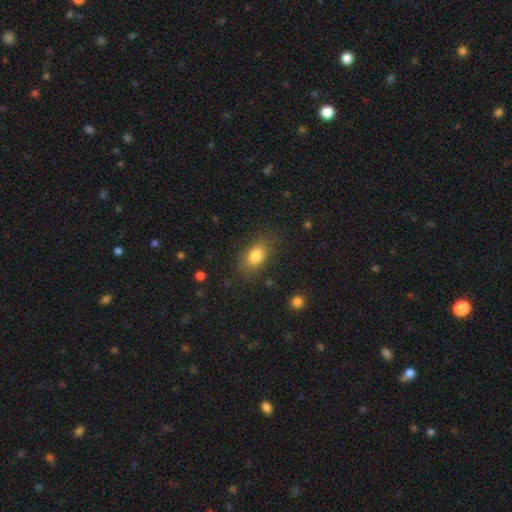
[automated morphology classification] A smooth galaxy with no disk features (81%) that is in between round and cigar-shaped (82%). Merging: none (79%).